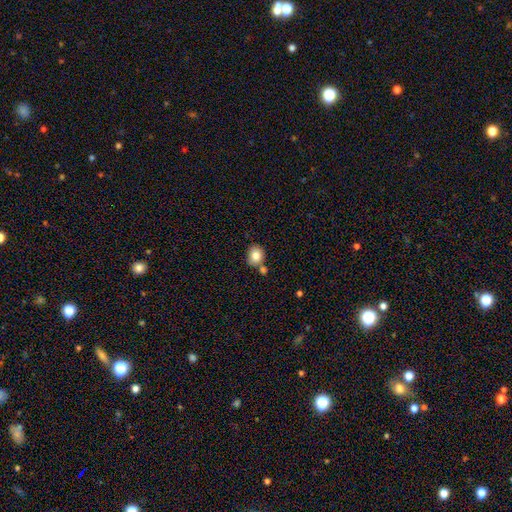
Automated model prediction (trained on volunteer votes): smooth-or-featured: smooth: 82% | star or artifact: 9% | featured or disk: 9%
  how-rounded: round: 64% | in between: 35% | cigar-shaped: 1%
  merging: none: 63% | merger: 20% | minor disturbance: 13% | major disturbance: 3%